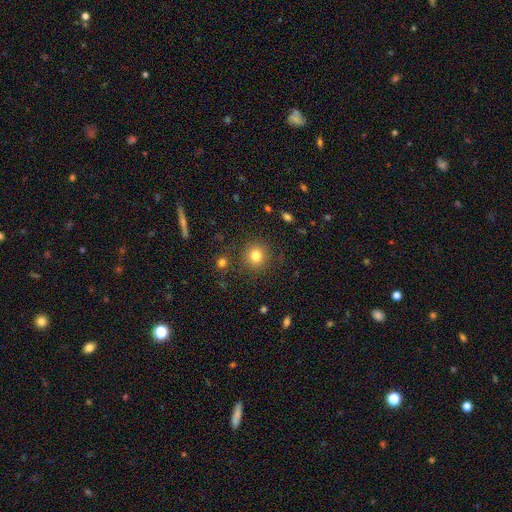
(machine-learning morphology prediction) smooth-or-featured: smooth: 80% | star or artifact: 13% | featured or disk: 7%
  how-rounded: round: 91% | in between: 8% | cigar-shaped: 1%
  merging: none: 88% | minor disturbance: 7% | major disturbance: 3% | merger: 2%